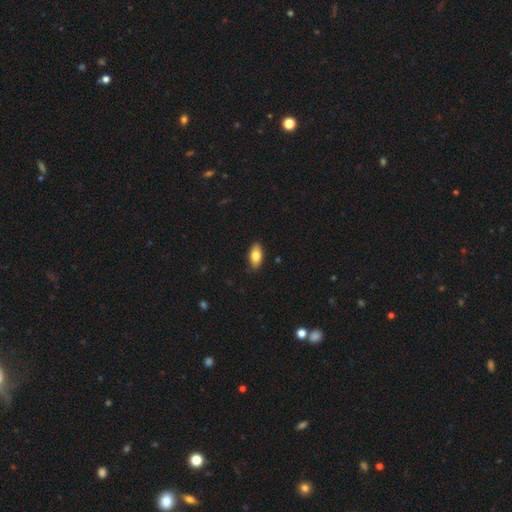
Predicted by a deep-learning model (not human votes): smooth-or-featured: smooth: 80% | featured or disk: 14% | star or artifact: 6%
  how-rounded: in between: 90% | cigar-shaped: 6% | round: 3%
  merging: none: 87% | minor disturbance: 10% | major disturbance: 2% | merger: 1%